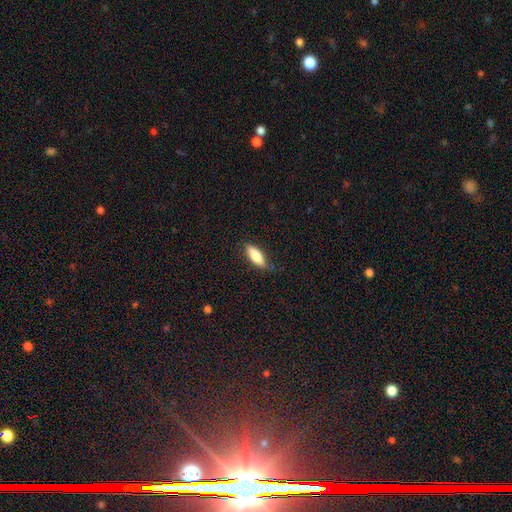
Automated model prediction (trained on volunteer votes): smooth_or_featured: smooth (p=0.81) [alt: featured or disk p=0.13]
how_rounded: in between (p=0.60) [alt: cigar-shaped p=0.38]
merging: none (p=0.78) [alt: minor disturbance p=0.17]